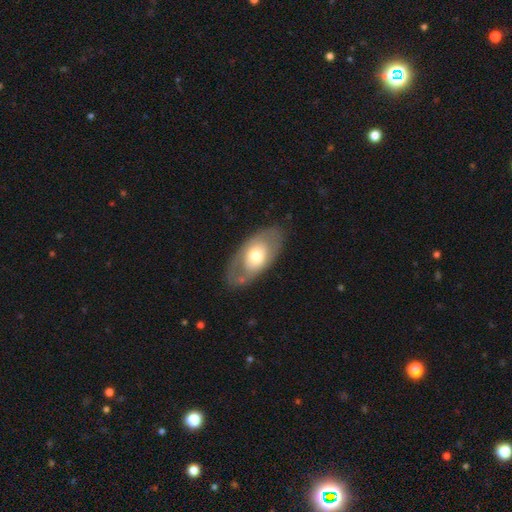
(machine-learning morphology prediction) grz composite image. It shows a smooth galaxy with no disk features (48%). Merging: none (76%).